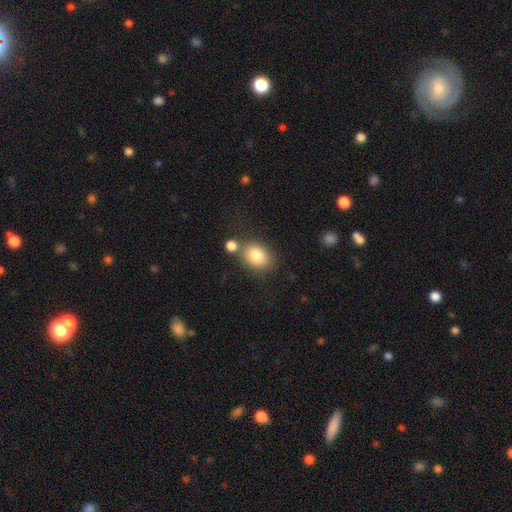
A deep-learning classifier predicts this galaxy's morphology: A smooth galaxy with no disk features (82%) that is in between round and cigar-shaped (64%).

Vote fractions:
- Smooth or featured? smooth: 82% / featured or disk: 9% / star or artifact: 9%
- How rounded? in between: 64% / round: 35% / cigar-shaped: 1%
- Merging? none: 66% / merger: 16% / minor disturbance: 14% / major disturbance: 5%